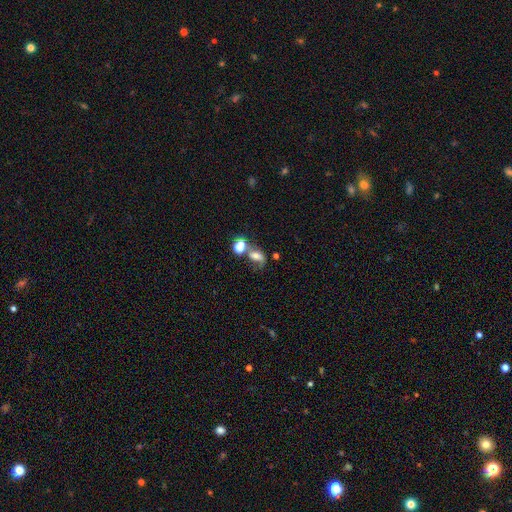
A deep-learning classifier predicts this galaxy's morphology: smooth 54%, featured or disk 29%, star or artifact 17%. Down the decision tree: how rounded — in between (71%); merging — merger (37%).